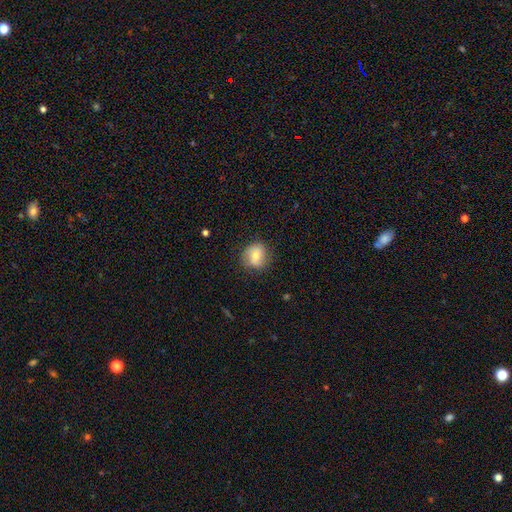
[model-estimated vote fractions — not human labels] Smooth or featured? Predicted: smooth (p=0.64). How rounded? Predicted: round (p=0.82). Merging? Predicted: none (p=0.79).